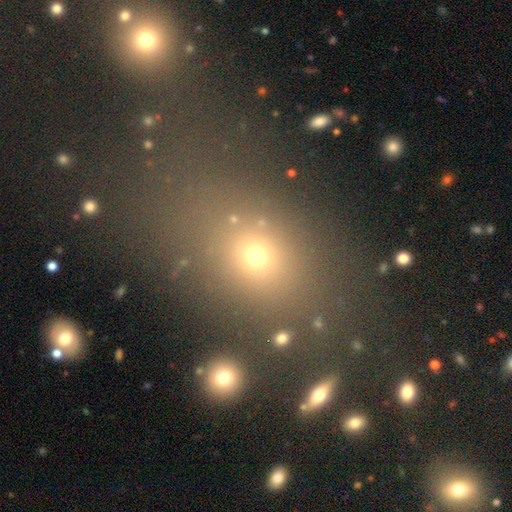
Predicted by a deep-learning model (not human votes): A smooth galaxy with no disk features (67%) that is in between round and cigar-shaped (60%).

Vote fractions:
- Smooth or featured? smooth: 67% / star or artifact: 21% / featured or disk: 11%
- How rounded? in between: 60% / round: 36% / cigar-shaped: 4%
- Merging? none: 67% / minor disturbance: 13% / merger: 10% / major disturbance: 9%